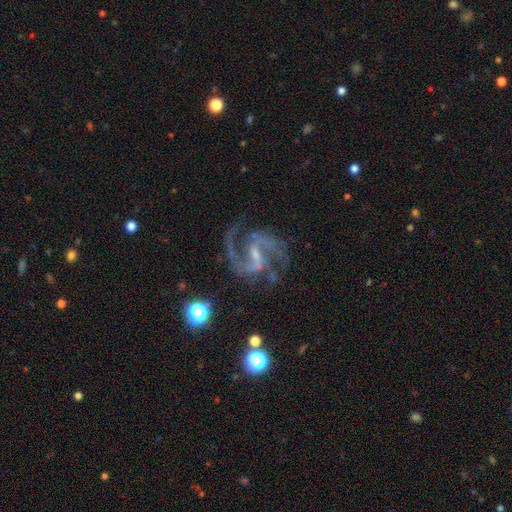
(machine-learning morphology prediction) Smooth or featured? Predicted: featured or disk (p=0.92). Edge-on disk? Predicted: no (p=0.98). Bar? Predicted: weak (p=0.50). Spiral arms? Predicted: yes (p=0.98). Spiral winding? Predicted: medium (p=0.64). Spiral arm count? Predicted: 2 (p=0.86). Bulge size? Predicted: small (p=0.58). Merging? Predicted: none (p=0.72).